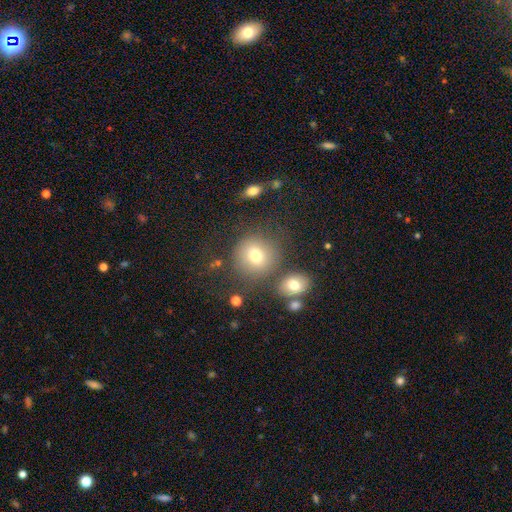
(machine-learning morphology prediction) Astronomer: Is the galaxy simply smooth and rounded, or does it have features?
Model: smooth — 74%.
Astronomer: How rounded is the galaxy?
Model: round — 87%.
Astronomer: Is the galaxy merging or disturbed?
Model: none — 74%.